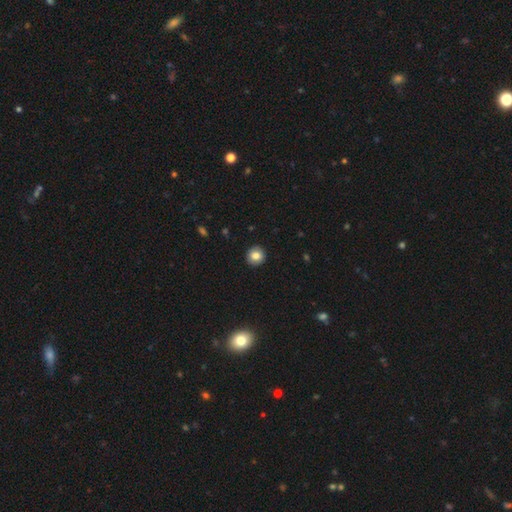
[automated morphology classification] Smooth or featured?
  - smooth: 82% *
  - featured or disk: 9%
  - star or artifact: 9%
How rounded?
  - round: 91% *
  - in between: 8%
  - cigar-shaped: 1%
Merging?
  - none: 92% *
  - minor disturbance: 6%
  - major disturbance: 2%
  - merger: 1%